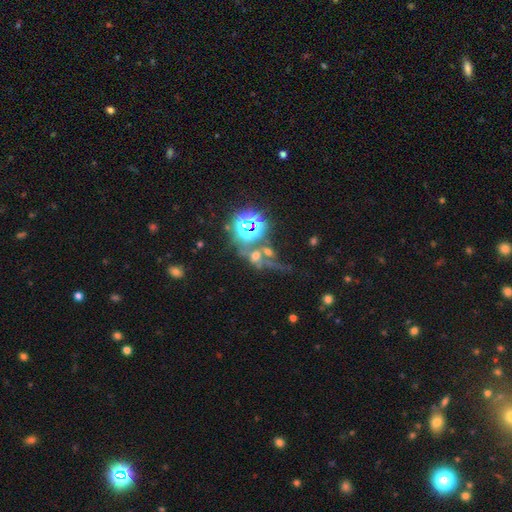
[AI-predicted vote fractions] smooth_or_featured: star or artifact (p=0.49) [alt: smooth p=0.31]